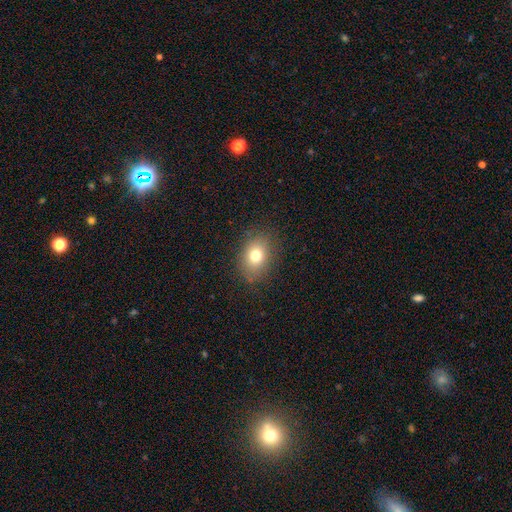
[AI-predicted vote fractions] This appears to be a smooth galaxy with no disk features (76%) that is in between round and cigar-shaped (68%). Merging: none (85%).